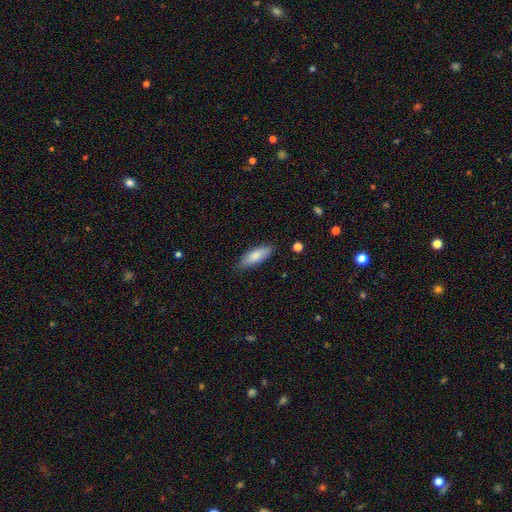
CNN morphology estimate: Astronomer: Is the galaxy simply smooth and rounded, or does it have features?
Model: smooth — 81%.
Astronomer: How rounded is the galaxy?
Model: in between — 65%.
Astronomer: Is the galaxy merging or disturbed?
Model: none — 84%.